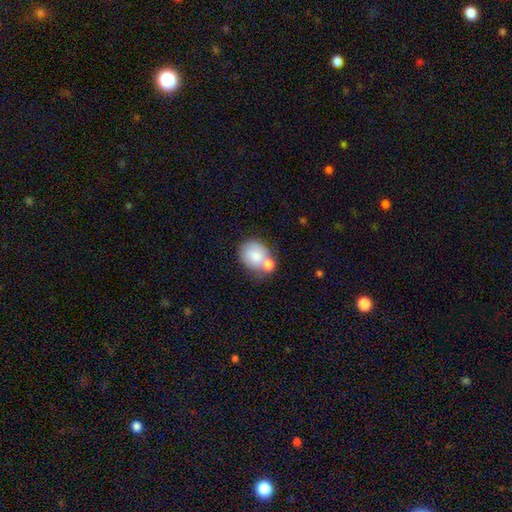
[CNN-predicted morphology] This is likely a smooth galaxy (77%). How rounded: possibly round (58%). Merging: marginally merger (40%).